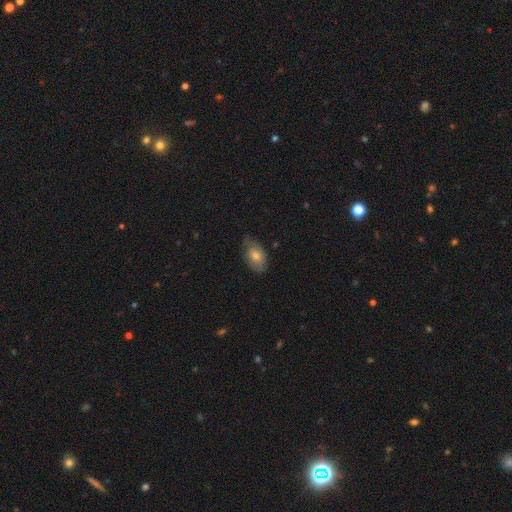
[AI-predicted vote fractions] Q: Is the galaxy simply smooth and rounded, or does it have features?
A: smooth — 67%.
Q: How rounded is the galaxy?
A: in between — 90%.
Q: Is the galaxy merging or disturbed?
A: none — 60%.